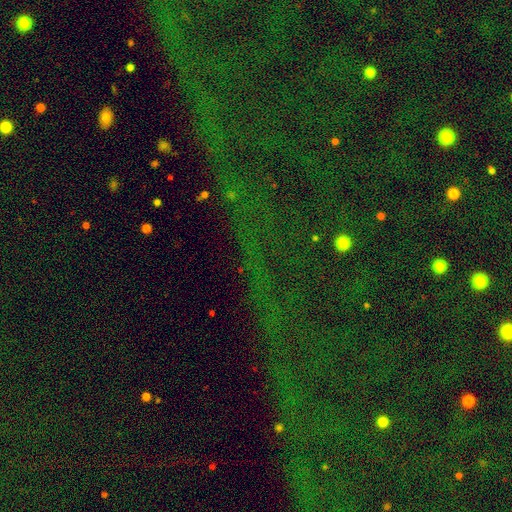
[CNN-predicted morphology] Smooth or featured?
  - star or artifact: 80% *
  - smooth: 11%
  - featured or disk: 9%